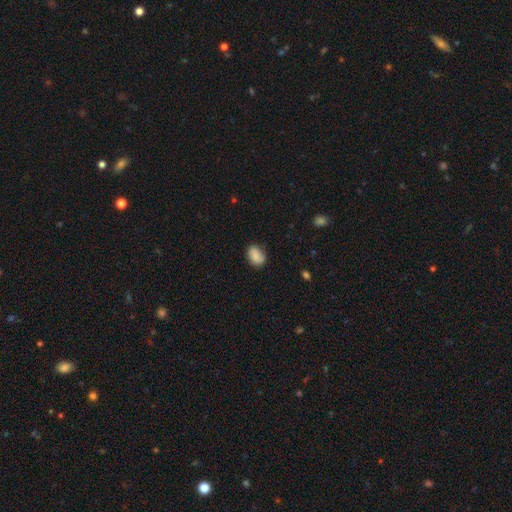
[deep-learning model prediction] Smooth or featured? Predicted: smooth (p=0.80). How rounded? Predicted: in between (p=0.75). Merging? Predicted: none (p=0.70).